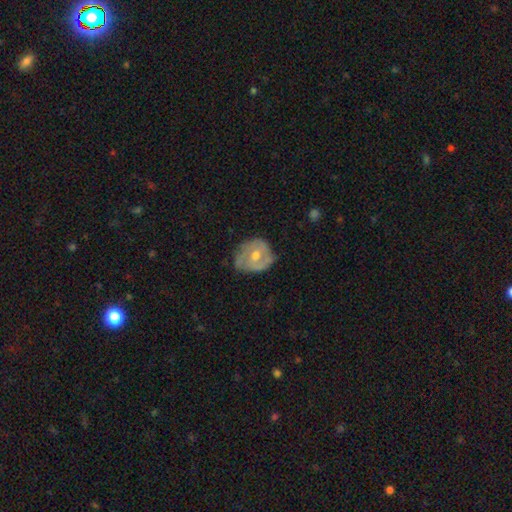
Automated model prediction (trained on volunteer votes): Overall: featured or disk (61%; smooth 32%). Edge-on disk: no (96%). Bar: no (66%; weak 27%). Spiral arms: yes (62%; no 38%). Bulge size: moderate (71%). Merging: none (58%; minor disturbance 31%).